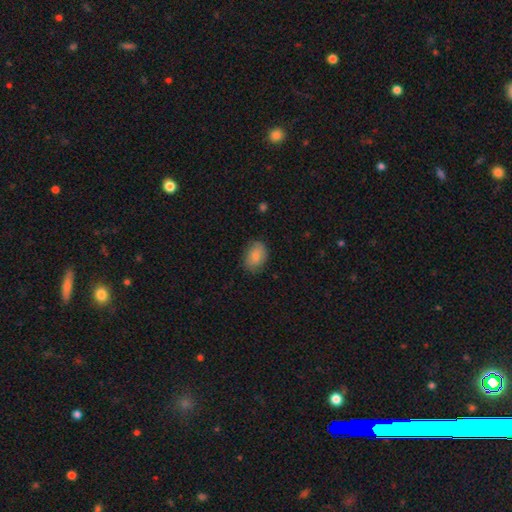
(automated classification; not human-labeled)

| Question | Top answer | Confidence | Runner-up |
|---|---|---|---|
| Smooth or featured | smooth | 81% | featured or disk (11%) |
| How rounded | in between | 73% | round (26%) |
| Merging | none | 75% | minor disturbance (20%) |